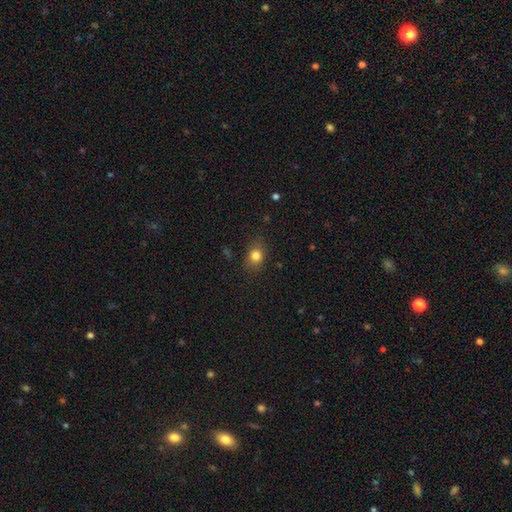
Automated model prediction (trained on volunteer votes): A smooth galaxy with no disk features (81%) that is in between round and cigar-shaped (52%). Merging: none (80%).